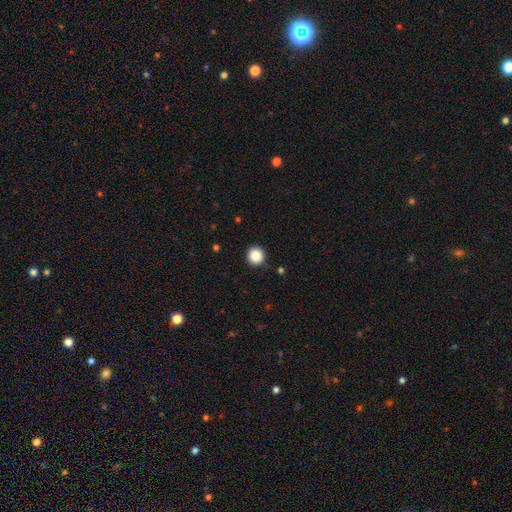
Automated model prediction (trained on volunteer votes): smooth-or-featured: smooth: 87% | star or artifact: 10% | featured or disk: 3%
  how-rounded: round: 95% | in between: 4% | cigar-shaped: 1%
  merging: none: 92% | minor disturbance: 5% | major disturbance: 2% | merger: 1%